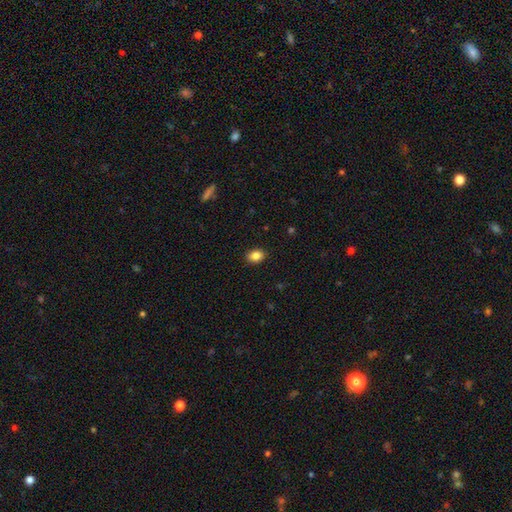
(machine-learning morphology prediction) Smooth or featured? smooth (86%)
How rounded? in between (69%)
Merging? none (90%)